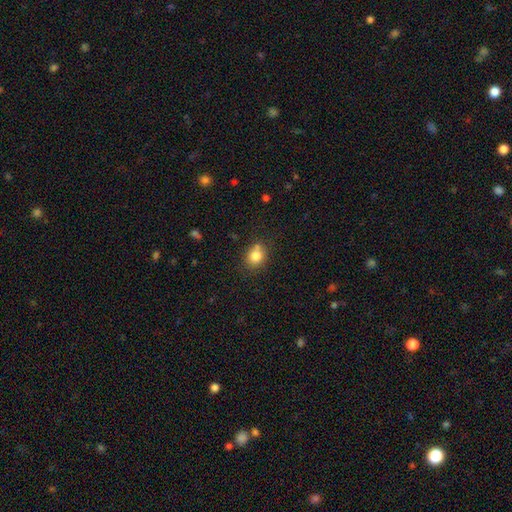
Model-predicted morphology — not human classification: Smooth or featured? Predicted: smooth (p=0.81). How rounded? Predicted: round (p=0.67). Merging? Predicted: none (p=0.67).